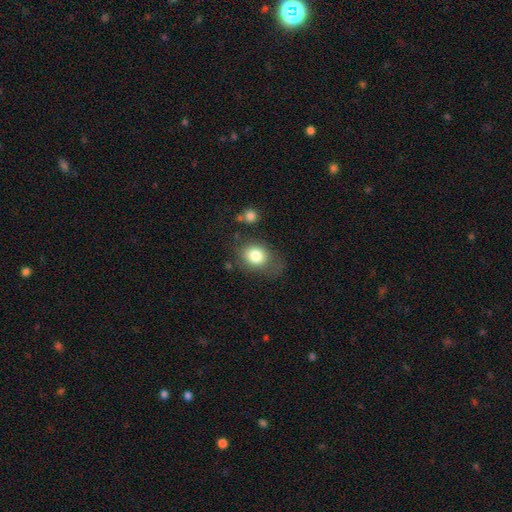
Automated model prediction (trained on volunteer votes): smooth-or-featured: smooth: 81% | featured or disk: 11% | star or artifact: 9%
  how-rounded: in between: 56% | round: 43% | cigar-shaped: 1%
  merging: none: 57% | minor disturbance: 25% | major disturbance: 14% | merger: 5%